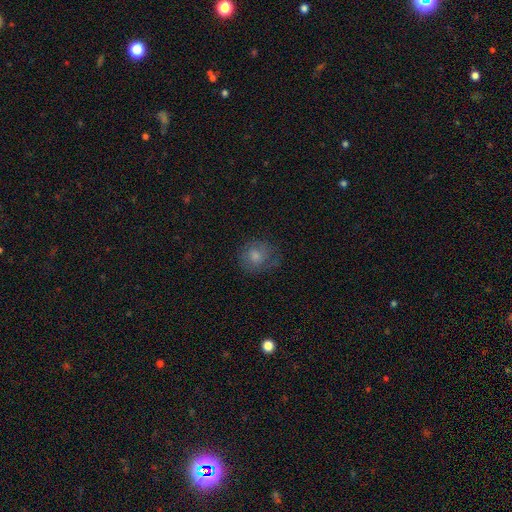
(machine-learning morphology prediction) The model was most divided on "smooth or featured": smooth: 61%, featured or disk: 23%, star or artifact: 16%. More confident: how rounded — round (81%); merging — none (72%).